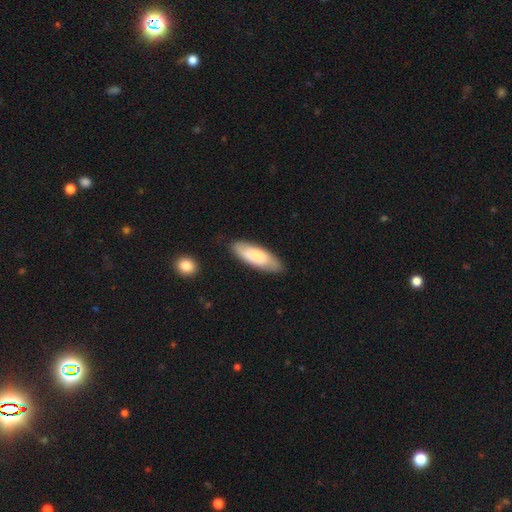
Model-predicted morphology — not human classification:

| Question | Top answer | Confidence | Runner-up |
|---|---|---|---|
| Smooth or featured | smooth | 67% | featured or disk (28%) |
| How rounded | in between | 66% | cigar-shaped (32%) |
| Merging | none | 82% | minor disturbance (14%) |